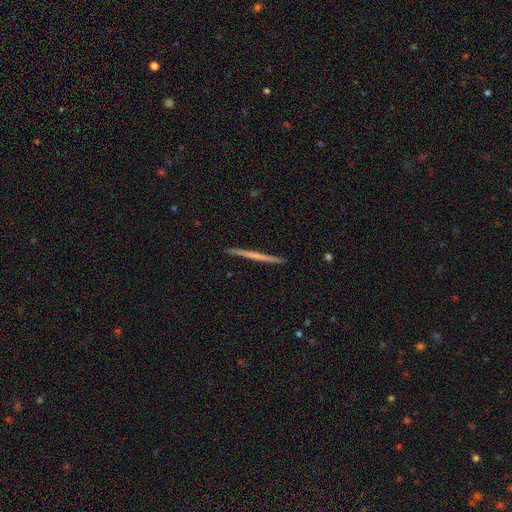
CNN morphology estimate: Smooth or featured? featured or disk (51%)
Edge-on disk? yes (98%)
Edge-on bulge? none (89%)
Merging? none (93%)